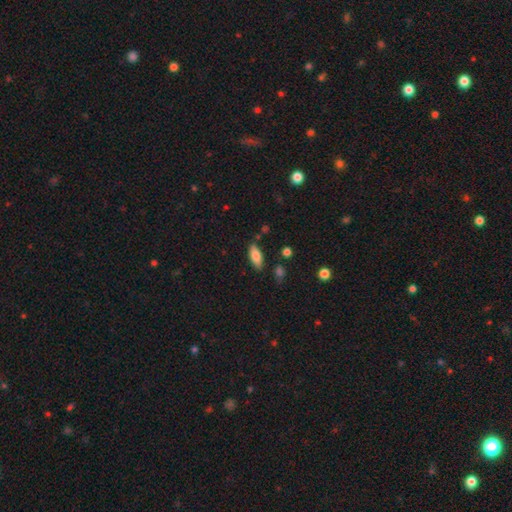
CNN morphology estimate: Smooth or featured?
  - smooth: 81% *
  - featured or disk: 12%
  - star or artifact: 7%
How rounded?
  - in between: 81% *
  - cigar-shaped: 17%
  - round: 2%
Merging?
  - none: 79% *
  - minor disturbance: 14%
  - merger: 3%
  - major disturbance: 3%